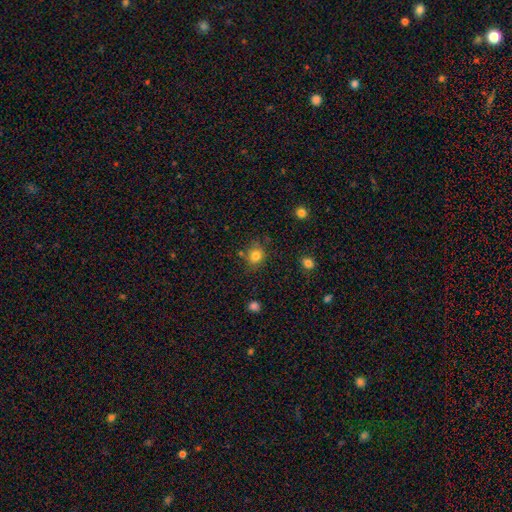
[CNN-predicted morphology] A smooth galaxy with no disk features (82%) that is round (76%). Merging: none (76%).